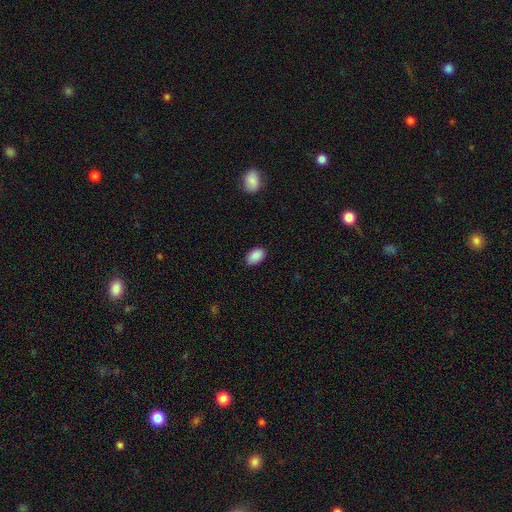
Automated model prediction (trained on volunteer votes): smooth_or_featured: smooth (p=0.90) [alt: star or artifact p=0.07]
how_rounded: in between (p=0.90) [alt: round p=0.09]
merging: none (p=0.86) [alt: minor disturbance p=0.11]